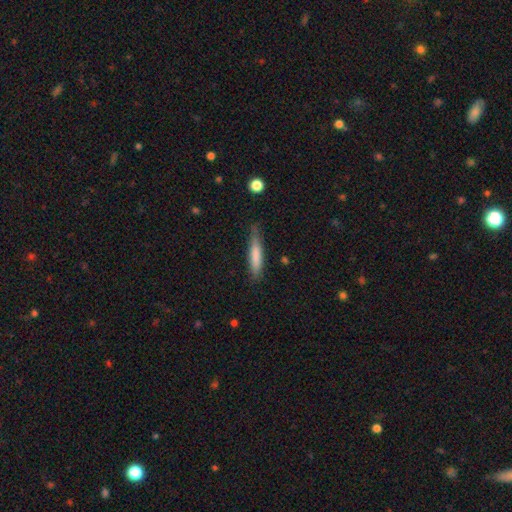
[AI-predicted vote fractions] Smooth or featured: smooth — 75% (featured or disk — 19%)
How rounded: cigar-shaped — 87% (in between — 12%)
Merging: none — 73% (minor disturbance — 21%)